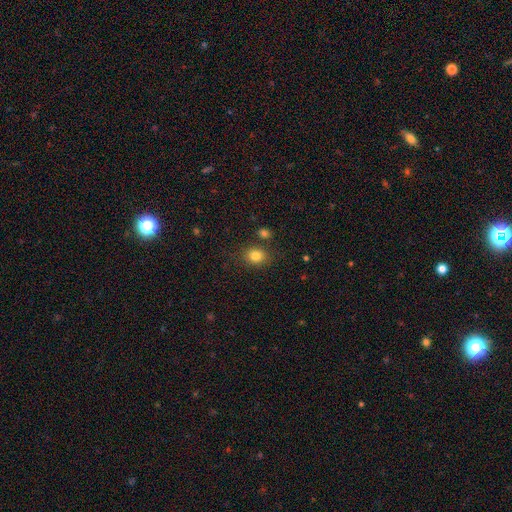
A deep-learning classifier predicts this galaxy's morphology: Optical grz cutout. It shows a smooth galaxy with no disk features (82%) that is round (57%). Merging: none (79%).